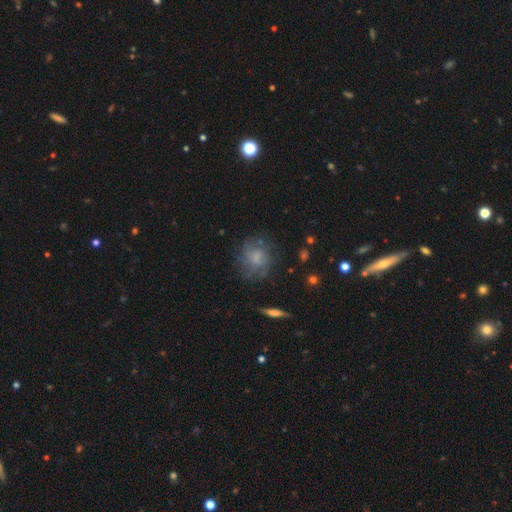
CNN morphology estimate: A featured or disk galaxy (46%). Merging: none (65%).